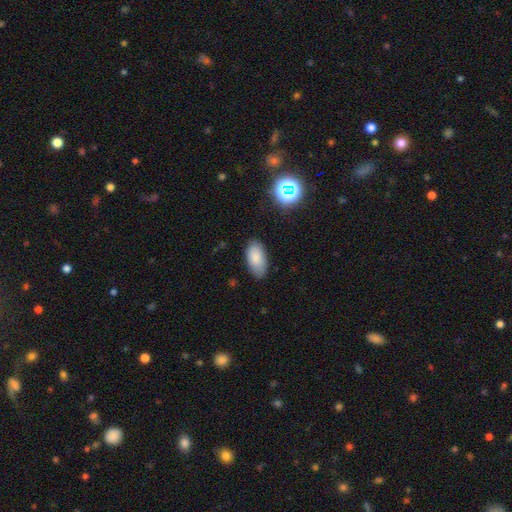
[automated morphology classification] smooth_or_featured: smooth (p=0.84) [alt: star or artifact p=0.08]
how_rounded: in between (p=0.94) [alt: cigar-shaped p=0.03]
merging: none (p=0.81) [alt: minor disturbance p=0.15]